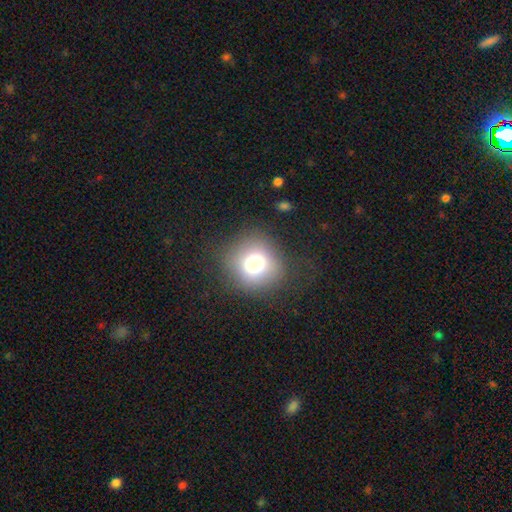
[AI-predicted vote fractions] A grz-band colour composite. It shows a smooth galaxy with no disk features (69%) that is round (86%). Merging: none (86%).